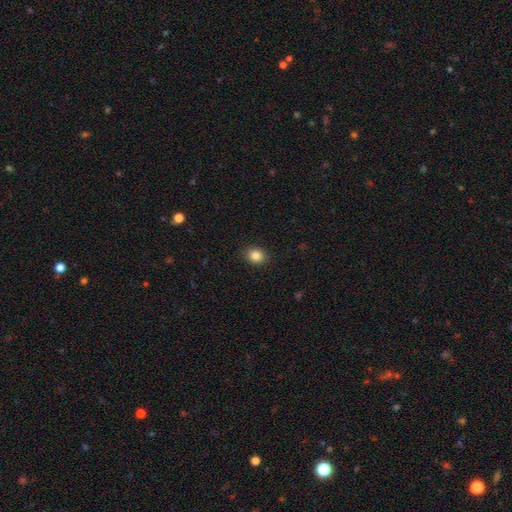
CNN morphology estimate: Q: Smooth or featured?
A: smooth (85%); runner-up: star or artifact (10%)
Q: How rounded?
A: round (61%); runner-up: in between (38%)
Q: Merging?
A: none (90%); runner-up: minor disturbance (7%)